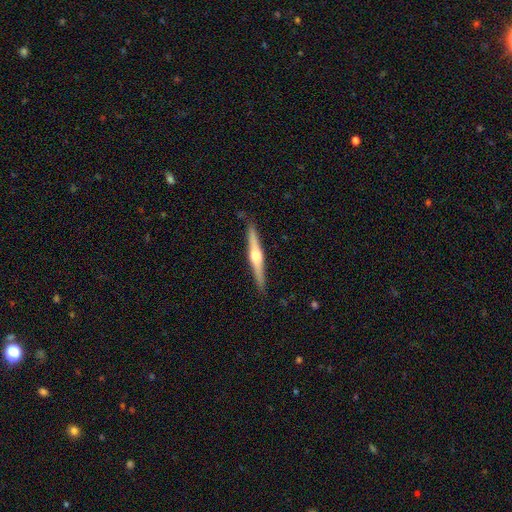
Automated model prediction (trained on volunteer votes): This is likely a featured or disk galaxy (74%). It is clearly viewed edge-on (98%). Edge-on bulge: clearly rounded (91%). Merging: clearly none (90%).